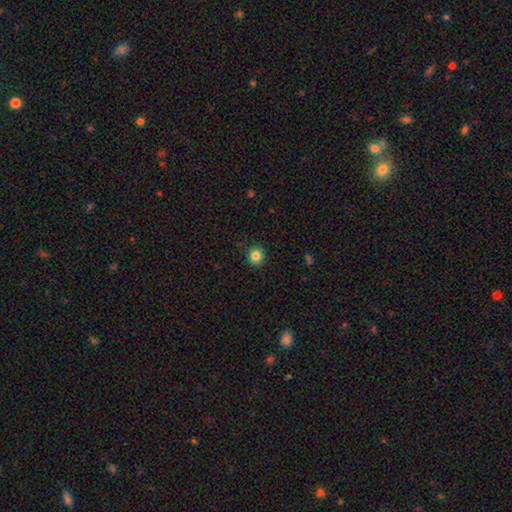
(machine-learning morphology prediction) smooth_or_featured: smooth (p=0.84) [alt: star or artifact p=0.11]
how_rounded: round (p=0.90) [alt: in between p=0.09]
merging: none (p=0.90) [alt: minor disturbance p=0.07]